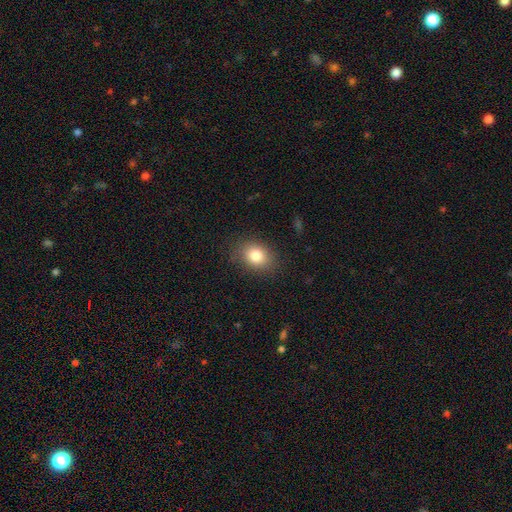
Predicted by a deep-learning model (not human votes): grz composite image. It shows a smooth galaxy with no disk features (82%) that is in between round and cigar-shaped (63%). Merging: none (84%).